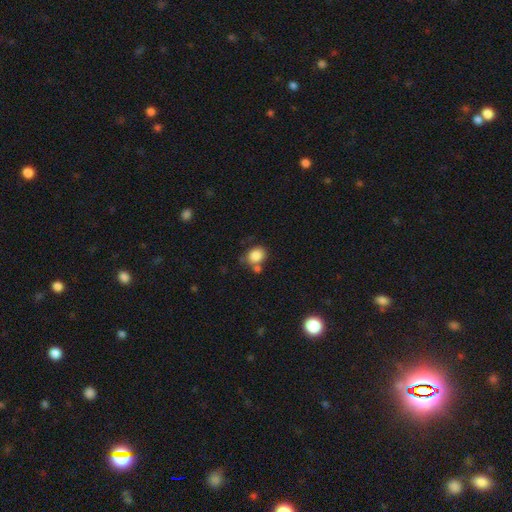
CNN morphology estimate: smooth-or-featured: smooth: 86% | star or artifact: 9% | featured or disk: 5%
  how-rounded: round: 53% | in between: 46% | cigar-shaped: 1%
  merging: none: 62% | merger: 18% | minor disturbance: 15% | major disturbance: 5%